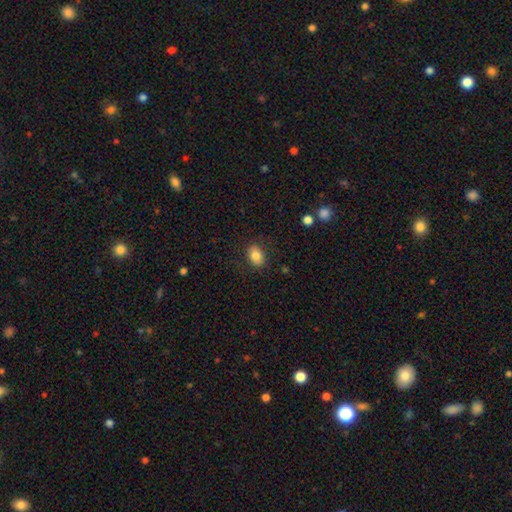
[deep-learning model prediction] This appears to be a smooth galaxy with no disk features (83%) that is in between round and cigar-shaped (82%). Merging: none (85%).